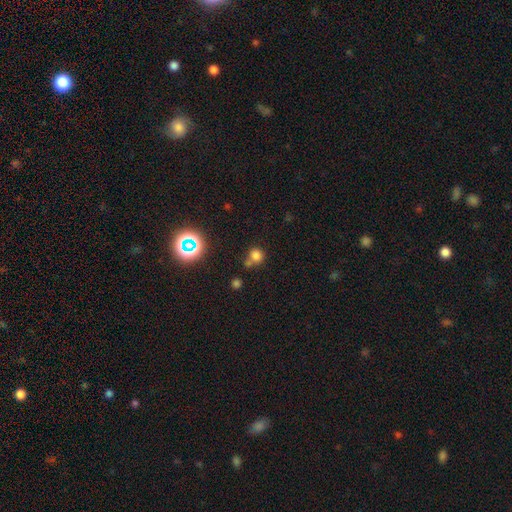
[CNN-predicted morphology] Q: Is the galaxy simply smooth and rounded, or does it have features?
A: smooth — 72%.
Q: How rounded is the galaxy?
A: round — 85%.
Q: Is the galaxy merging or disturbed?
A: none — 55%.